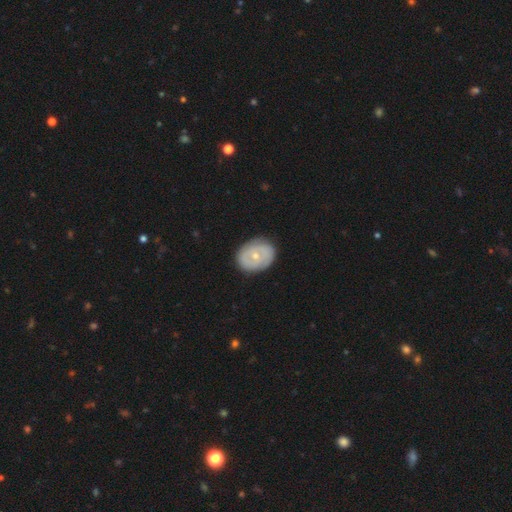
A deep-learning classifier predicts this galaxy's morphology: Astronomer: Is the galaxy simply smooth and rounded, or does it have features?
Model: featured or disk — 56% (runner-up: smooth, 38%).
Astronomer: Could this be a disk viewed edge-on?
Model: no — 95%.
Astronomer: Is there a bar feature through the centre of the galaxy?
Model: no — 79%.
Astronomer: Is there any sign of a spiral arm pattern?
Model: no — 52% (runner-up: yes, 48%).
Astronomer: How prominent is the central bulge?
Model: small — 52% (runner-up: moderate, 45%).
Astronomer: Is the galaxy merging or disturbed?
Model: none — 83%.